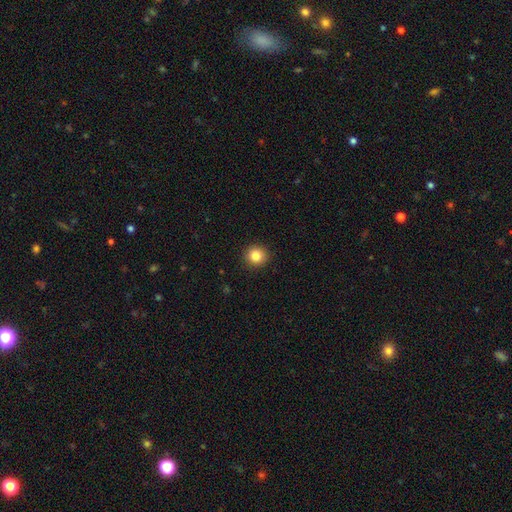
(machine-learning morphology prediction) This appears to be a smooth galaxy with no disk features (84%) that is round (92%). Merging: none (92%).